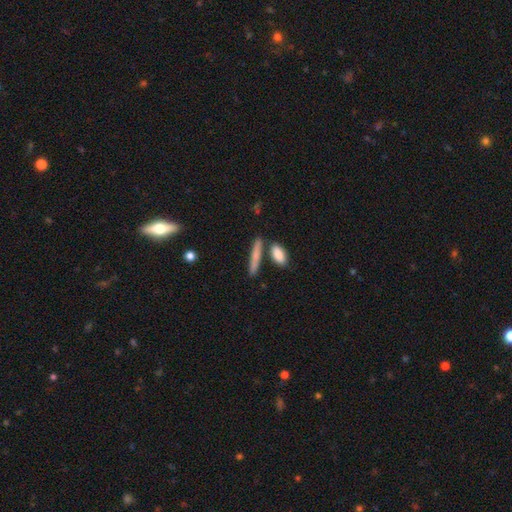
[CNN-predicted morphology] Overall: smooth (73%). How rounded: cigar-shaped (84%). Merging: none (74%).